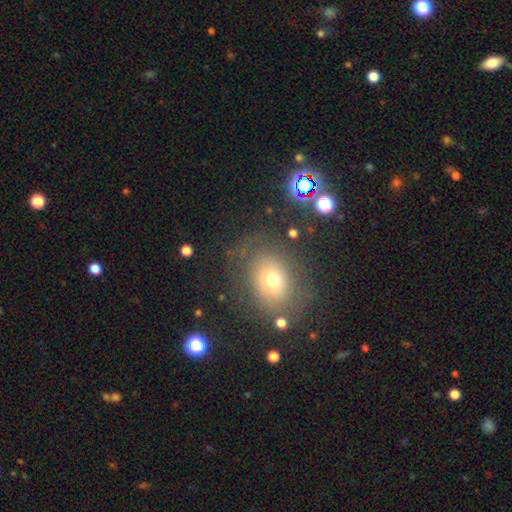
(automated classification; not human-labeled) Morphology: type=smooth (42%); merging=none (80%).